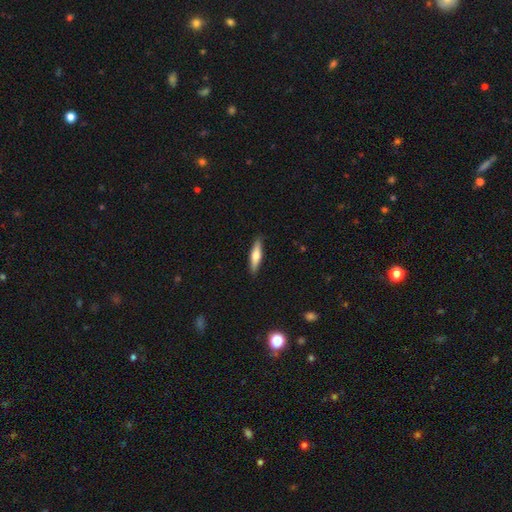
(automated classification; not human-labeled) Q: Smooth or featured?
A: smooth (53%); runner-up: featured or disk (41%)
Q: How rounded?
A: cigar-shaped (74%); runner-up: in between (24%)
Q: Merging?
A: none (90%); runner-up: minor disturbance (8%)